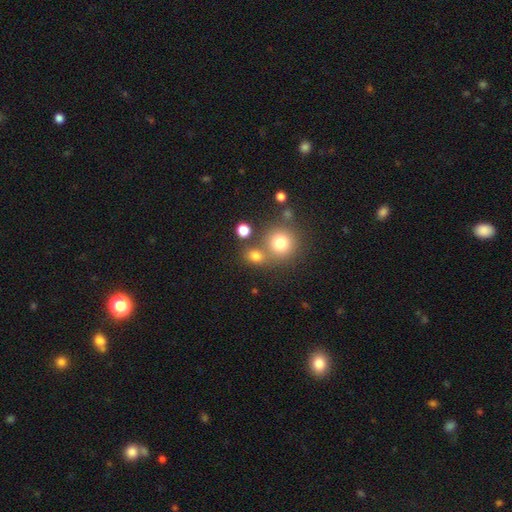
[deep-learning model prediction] smooth-or-featured: smooth: 76% | star or artifact: 15% | featured or disk: 9%
  how-rounded: round: 67% | in between: 32% | cigar-shaped: 1%
  merging: none: 58% | merger: 28% | minor disturbance: 10% | major disturbance: 5%